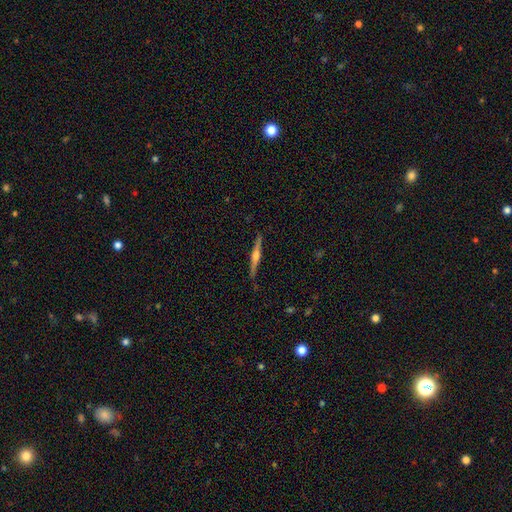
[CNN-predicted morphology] Overall: featured or disk (74%). Edge-on disk: yes (98%). Edge-on bulge: rounded (83%). Merging: none (89%).